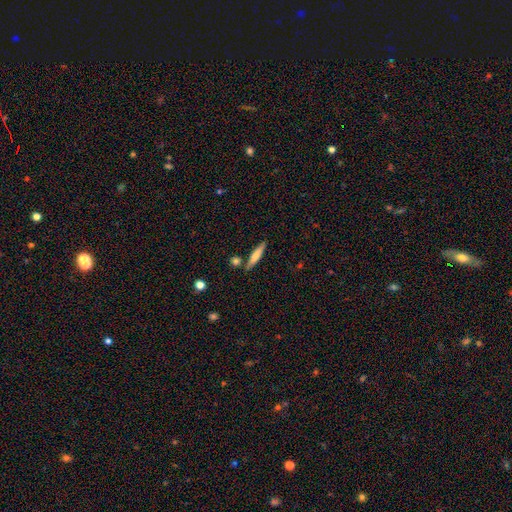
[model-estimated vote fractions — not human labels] Overall: smooth (63%; featured or disk 31%). How rounded: cigar-shaped (89%). Merging: none (81%).